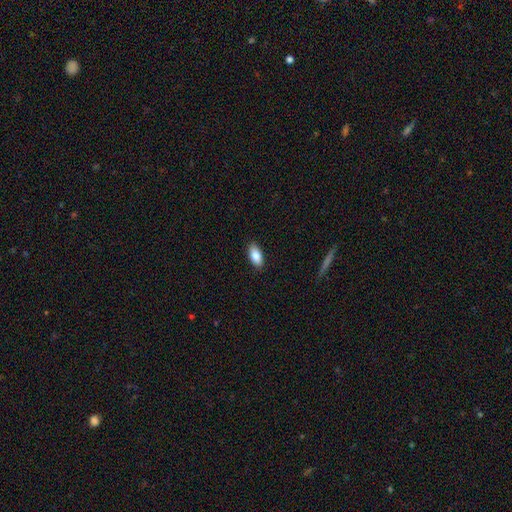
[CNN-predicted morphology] The model was most divided on "smooth or featured": smooth: 86%, featured or disk: 7%, star or artifact: 7%. More confident: how rounded — in between (90%); merging — none (88%).